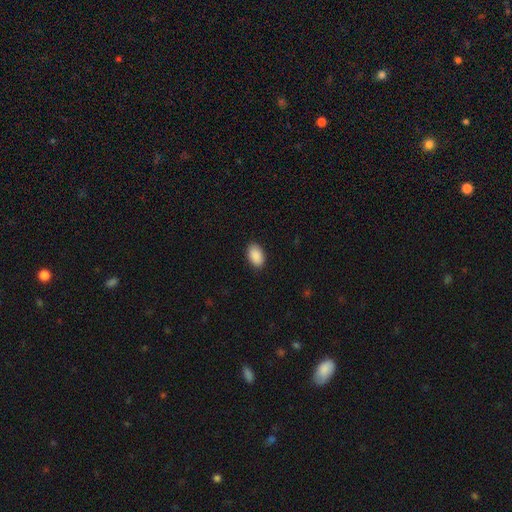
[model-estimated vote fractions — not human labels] Q: Smooth or featured?
A: smooth (91%); runner-up: star or artifact (6%)
Q: How rounded?
A: in between (92%); runner-up: round (7%)
Q: Merging?
A: none (89%); runner-up: minor disturbance (8%)